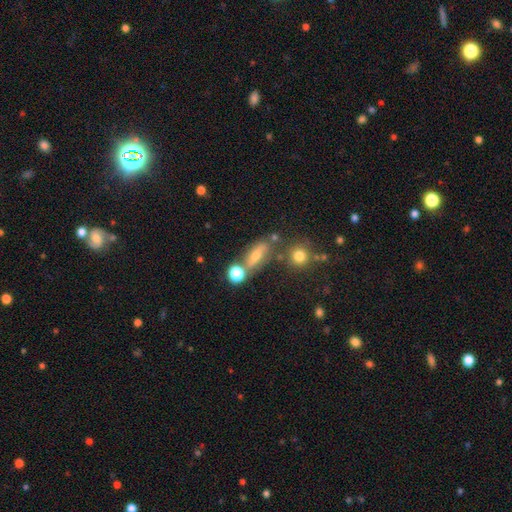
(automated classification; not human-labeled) smooth-or-featured: smooth: 53% | featured or disk: 32% | star or artifact: 15%
  how-rounded: in between: 54% | cigar-shaped: 31% | round: 16%
  merging: none: 60% | minor disturbance: 16% | merger: 16% | major disturbance: 7%